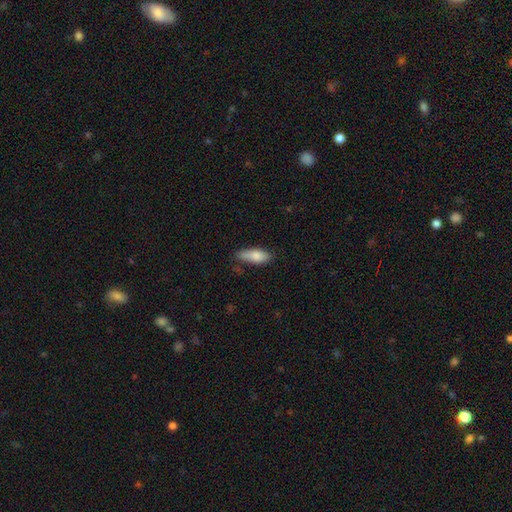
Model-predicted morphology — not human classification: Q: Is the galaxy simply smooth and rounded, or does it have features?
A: smooth — 80%.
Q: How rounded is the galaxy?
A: in between — 66%.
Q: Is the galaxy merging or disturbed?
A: none — 67%.